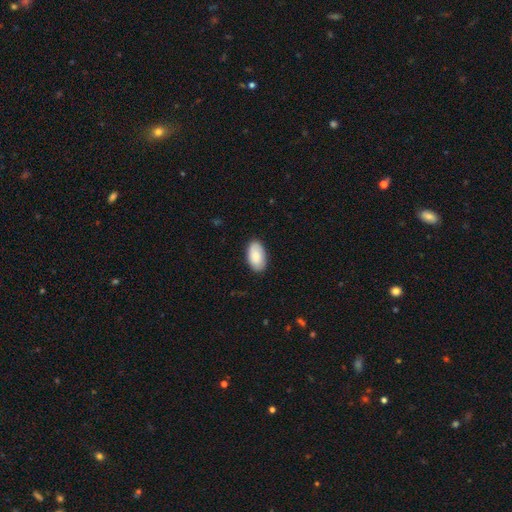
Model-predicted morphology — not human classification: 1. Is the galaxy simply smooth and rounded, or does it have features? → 85% smooth, 9% featured or disk, 6% star or artifact.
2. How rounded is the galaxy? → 95% in between, 3% round, 1% cigar-shaped.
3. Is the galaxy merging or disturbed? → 86% none, 11% minor disturbance, 2% major disturbance, 1% merger.